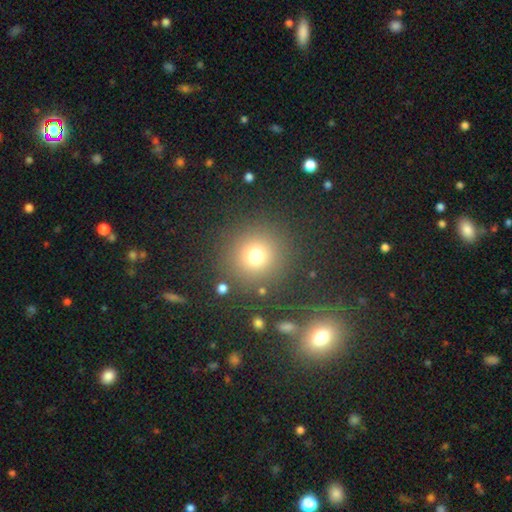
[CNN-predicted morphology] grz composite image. It shows a smooth galaxy with no disk features (73%) that is round (93%). Merging: none (85%).